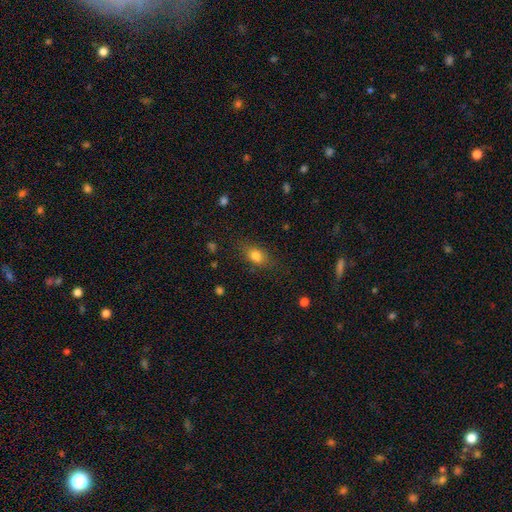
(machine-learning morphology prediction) This is clearly a smooth galaxy (80%). How rounded: likely in between (72%). Merging: likely none (77%).